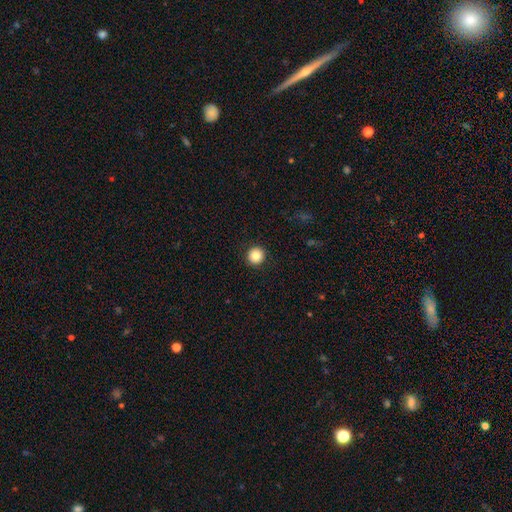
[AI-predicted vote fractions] Smooth or featured: smooth — 85% (star or artifact — 10%)
How rounded: round — 94% (in between — 5%)
Merging: none — 93% (minor disturbance — 5%)